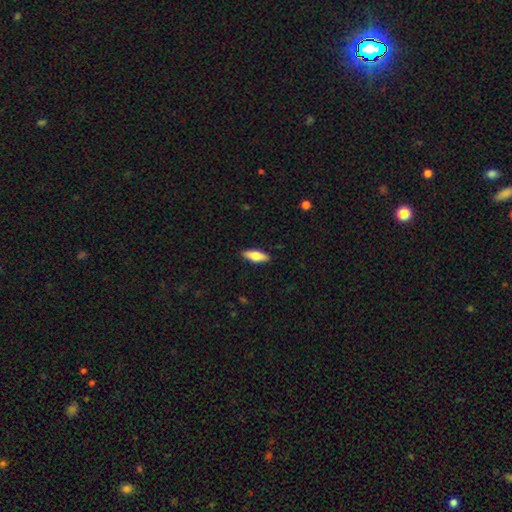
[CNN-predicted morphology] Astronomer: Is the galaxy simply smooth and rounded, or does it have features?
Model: smooth — 70%.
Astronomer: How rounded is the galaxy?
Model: in between — 62%.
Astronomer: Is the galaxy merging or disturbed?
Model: none — 89%.